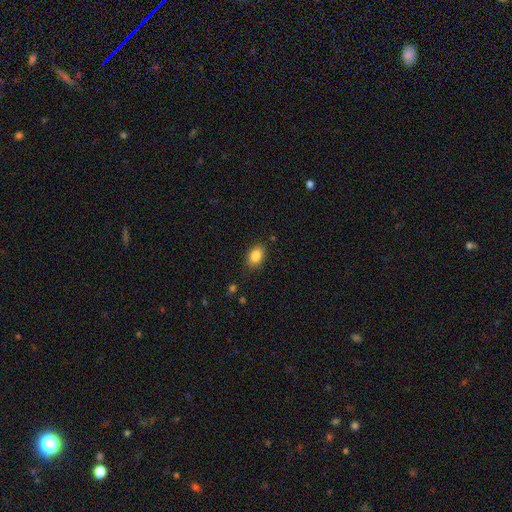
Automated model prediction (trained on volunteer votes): This appears to be a smooth galaxy with no disk features (86%) that is in between round and cigar-shaped (79%). Merging: none (81%).